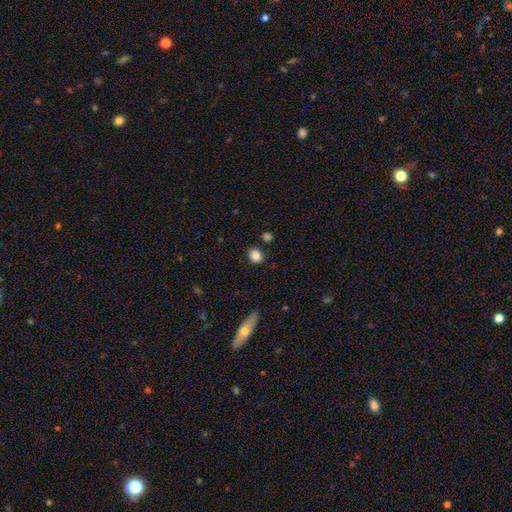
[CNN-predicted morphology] This is clearly a smooth galaxy (85%). How rounded: likely round (69%). Merging: clearly none (85%).